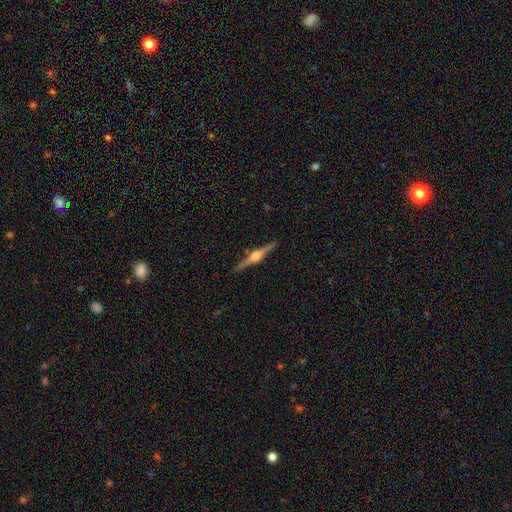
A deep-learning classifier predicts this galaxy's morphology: Overall: featured or disk (85%). Edge-on disk: yes (98%). Edge-on bulge: rounded (94%). Merging: none (91%).